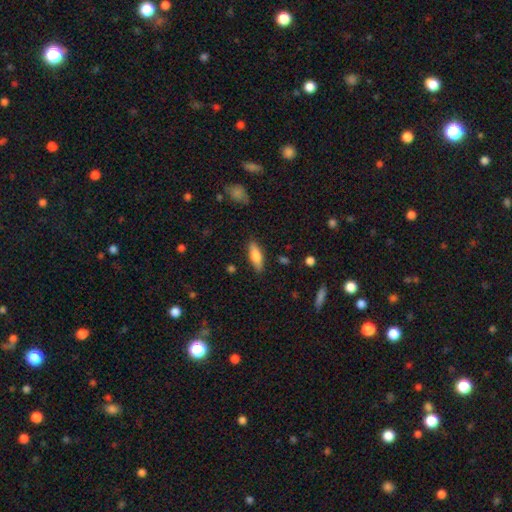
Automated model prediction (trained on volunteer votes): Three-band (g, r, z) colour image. It shows a smooth galaxy with no disk features (71%) that is in between round and cigar-shaped (57%). Merging: none (84%).